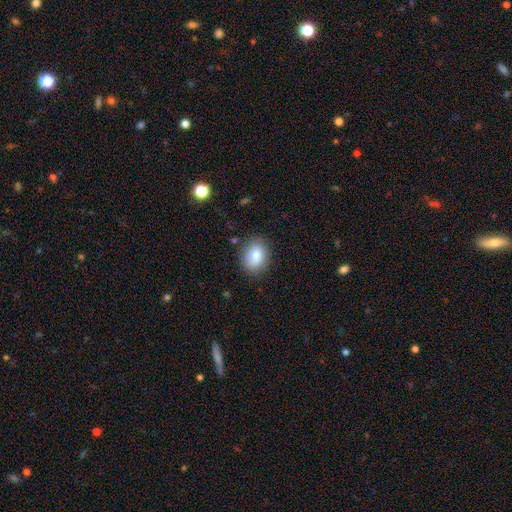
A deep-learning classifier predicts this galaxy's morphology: Smooth or featured: smooth — 81% (featured or disk — 10%)
How rounded: in between — 62% (round — 37%)
Merging: none — 83% (minor disturbance — 12%)